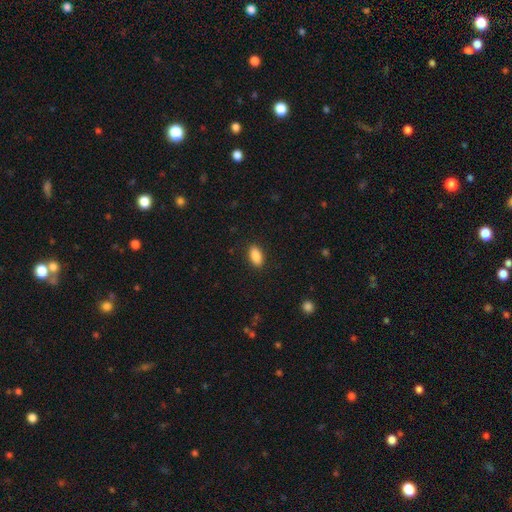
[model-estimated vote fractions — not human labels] A smooth galaxy with no disk features (89%) that is in between round and cigar-shaped (92%). Merging: none (89%).